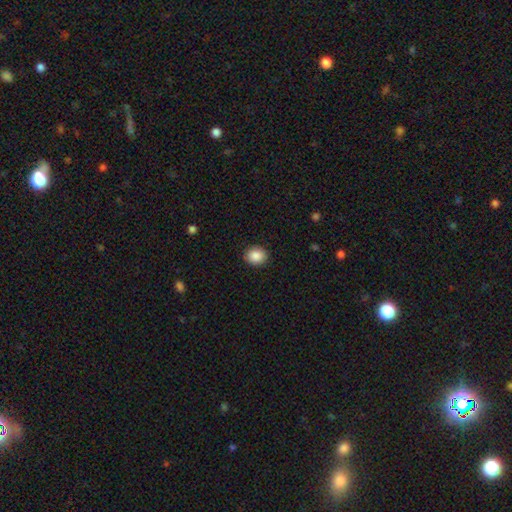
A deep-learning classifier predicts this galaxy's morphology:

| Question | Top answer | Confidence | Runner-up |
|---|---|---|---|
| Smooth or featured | smooth | 88% | star or artifact (8%) |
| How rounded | round | 74% | in between (25%) |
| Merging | none | 90% | minor disturbance (7%) |